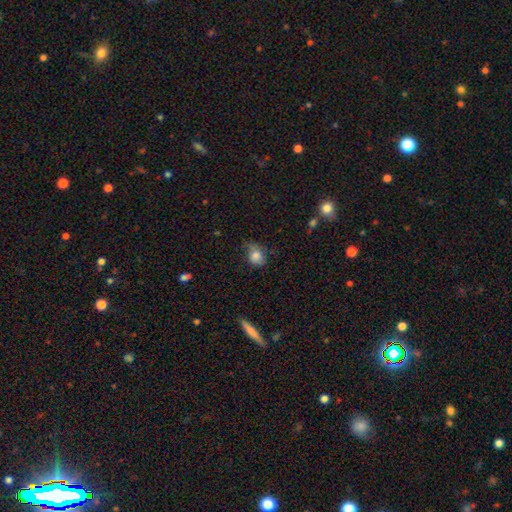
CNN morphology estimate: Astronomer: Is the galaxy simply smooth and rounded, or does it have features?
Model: smooth — 76%.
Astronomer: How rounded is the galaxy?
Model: in between — 58% (runner-up: round, 41%).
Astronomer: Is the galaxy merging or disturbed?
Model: none — 49% (runner-up: minor disturbance, 34%).